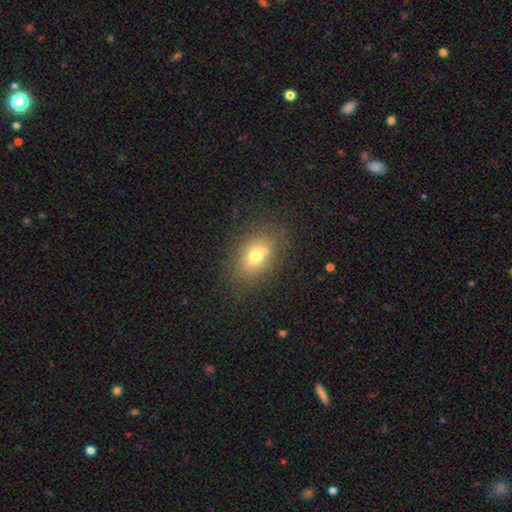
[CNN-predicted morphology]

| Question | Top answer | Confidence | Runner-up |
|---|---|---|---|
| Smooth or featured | smooth | 71% | featured or disk (16%) |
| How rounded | in between | 77% | round (21%) |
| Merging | none | 71% | minor disturbance (14%) |